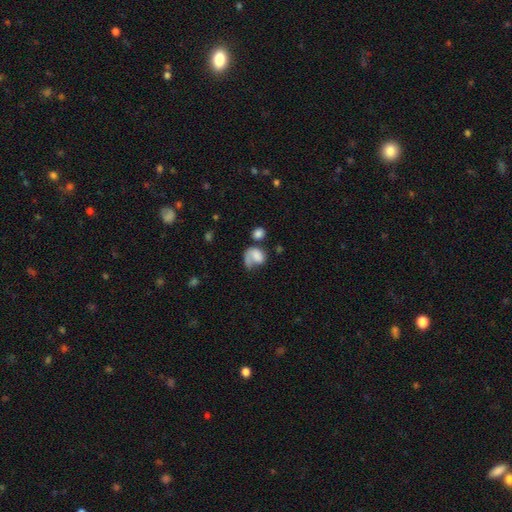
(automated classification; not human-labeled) Smooth or featured? Predicted: smooth (p=0.57). How rounded? Predicted: in between (p=0.62). Merging? Predicted: major disturbance (p=0.39).